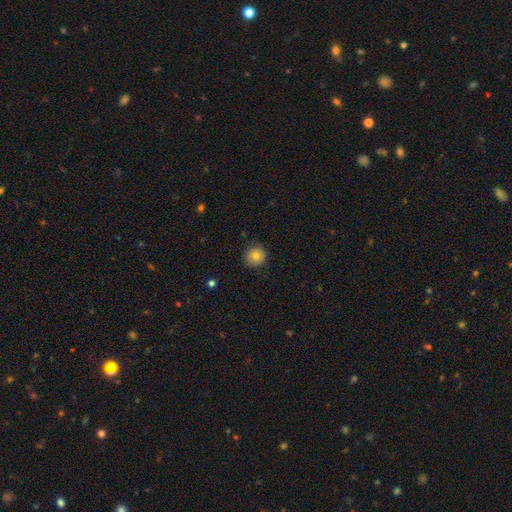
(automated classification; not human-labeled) Smooth or featured? smooth (80%)
How rounded? round (92%)
Merging? none (86%)